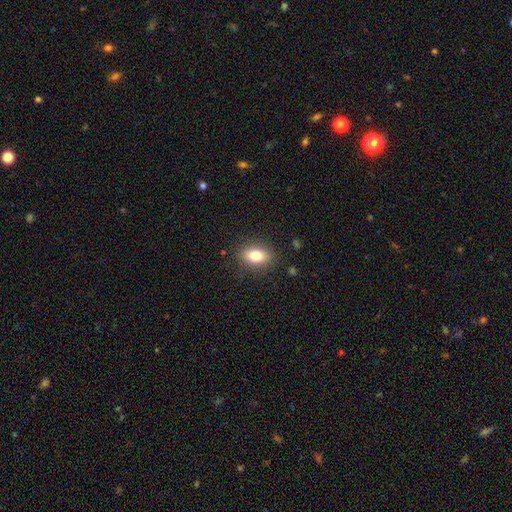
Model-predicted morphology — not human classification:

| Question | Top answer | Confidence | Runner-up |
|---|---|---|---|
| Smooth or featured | smooth | 79% | featured or disk (12%) |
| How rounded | in between | 80% | round (16%) |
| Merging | none | 86% | minor disturbance (10%) |